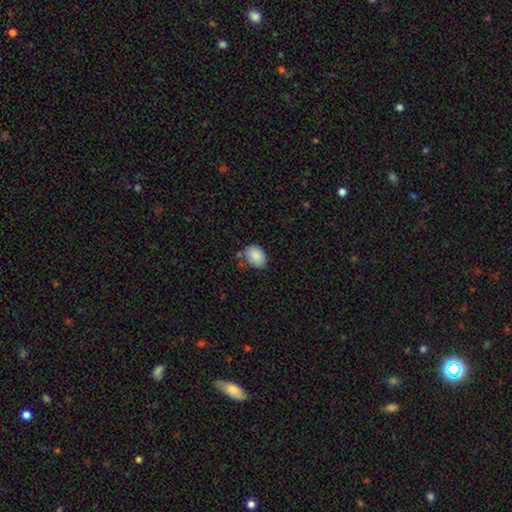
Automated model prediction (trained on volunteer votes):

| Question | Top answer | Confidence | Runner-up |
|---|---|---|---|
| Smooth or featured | smooth | 88% | star or artifact (7%) |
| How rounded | in between | 80% | round (19%) |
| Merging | none | 68% | minor disturbance (22%) |